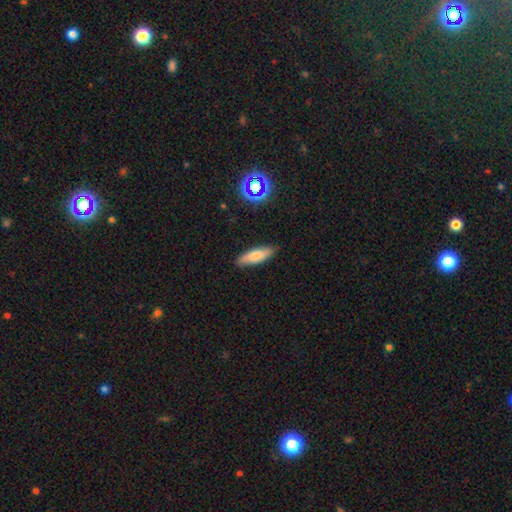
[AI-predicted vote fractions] smooth 73%, featured or disk 18%, star or artifact 8%. Down the decision tree: how rounded — in between (49%, tied with cigar-shaped); merging — none (85%).